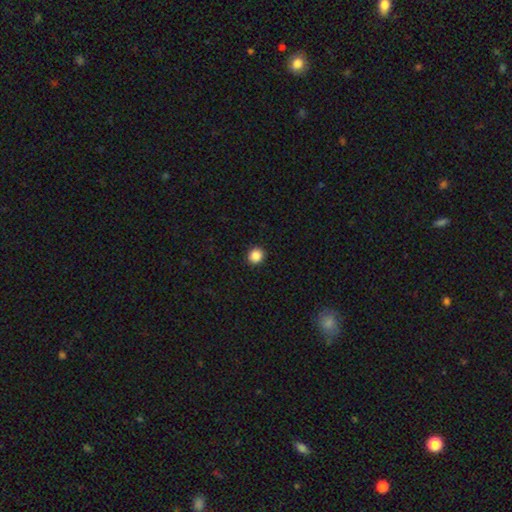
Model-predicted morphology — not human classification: Smooth or featured? smooth (87%)
How rounded? round (91%)
Merging? none (93%)